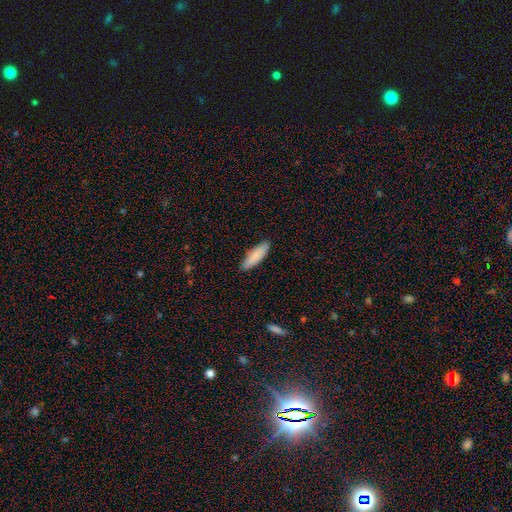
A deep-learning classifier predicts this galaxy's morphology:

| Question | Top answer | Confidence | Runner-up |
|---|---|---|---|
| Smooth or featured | smooth | 87% | featured or disk (8%) |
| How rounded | cigar-shaped | 49% | tied: in between (49%) |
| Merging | none | 88% | minor disturbance (10%) |